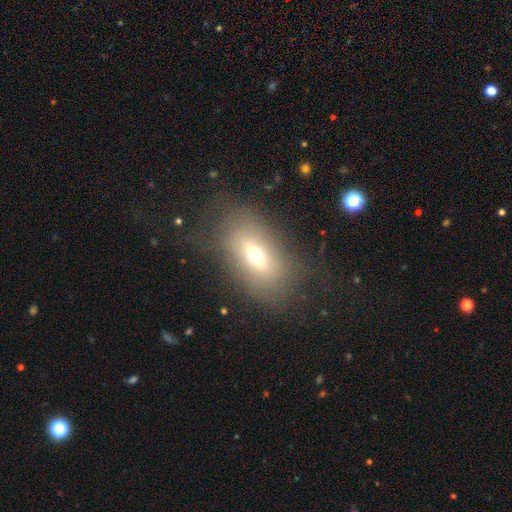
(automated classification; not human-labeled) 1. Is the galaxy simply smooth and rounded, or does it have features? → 53% smooth, 35% featured or disk, 12% star or artifact.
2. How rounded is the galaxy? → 80% in between, 11% cigar-shaped, 9% round.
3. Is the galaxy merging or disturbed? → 70% none, 17% minor disturbance, 12% major disturbance, 2% merger.